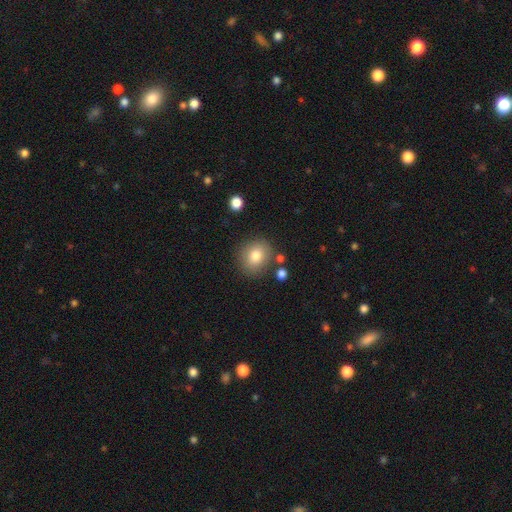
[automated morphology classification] Overall: smooth (79%). How rounded: round (72%). Merging: none (80%).